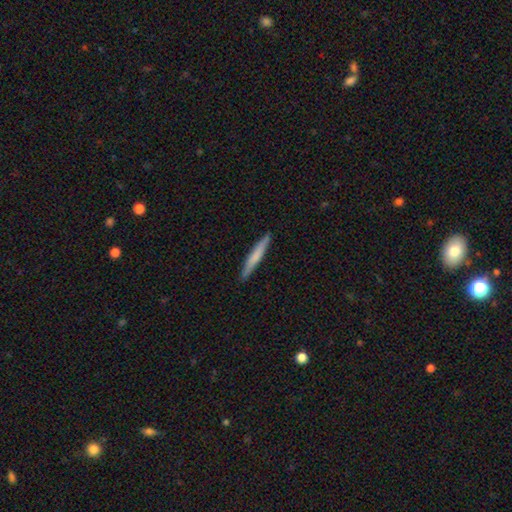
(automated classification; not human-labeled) smooth-or-featured: smooth: 66% | featured or disk: 29% | star or artifact: 5%
  how-rounded: cigar-shaped: 96% | in between: 3% | round: 1%
  merging: none: 91% | minor disturbance: 7% | major disturbance: 1% | merger: 1%